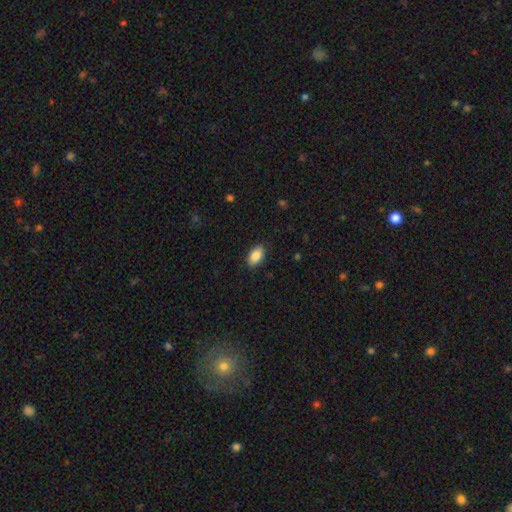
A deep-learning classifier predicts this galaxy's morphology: Overall: smooth (86%). How rounded: in between (93%). Merging: none (88%).